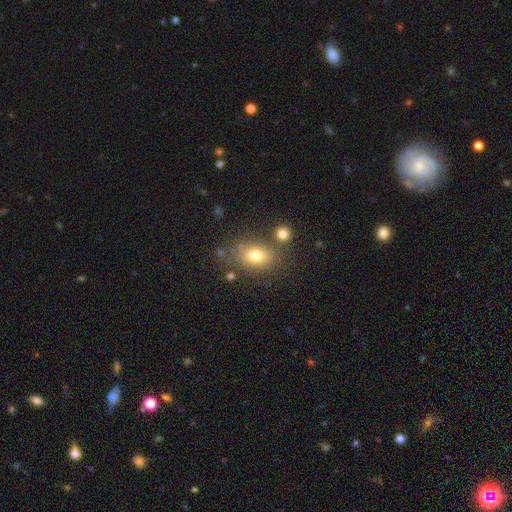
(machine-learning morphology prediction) The model was most divided on "how rounded": in between: 70%, round: 29%, cigar-shaped: 1%. More confident: smooth or featured — smooth (76%); merging — none (68%).